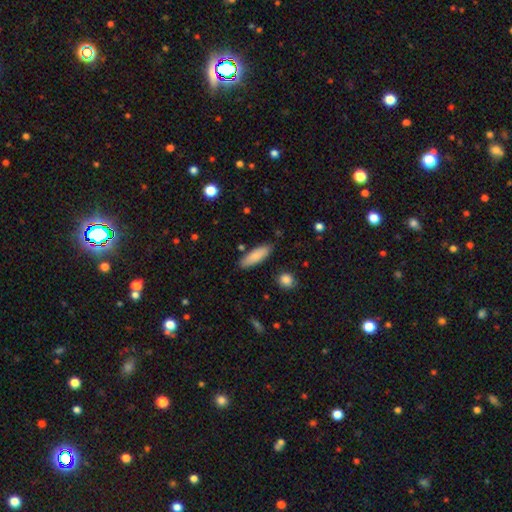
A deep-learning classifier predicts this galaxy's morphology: smooth_or_featured: smooth (p=0.85) [alt: featured or disk p=0.09]
how_rounded: cigar-shaped (p=0.49) [tied with: in between p=0.49]
merging: none (p=0.85) [alt: minor disturbance p=0.10]